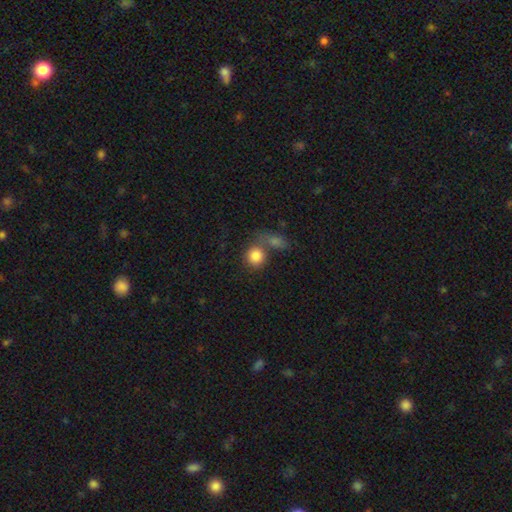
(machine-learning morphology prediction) Overall: smooth (84%). How rounded: round (84%). Merging: none (48%; merger 35%).